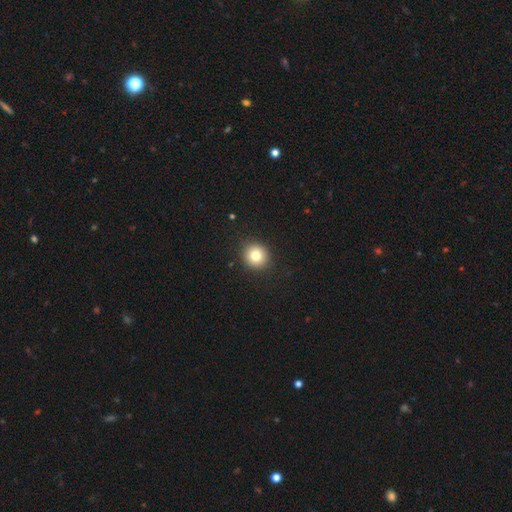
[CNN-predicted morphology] smooth_or_featured: smooth (p=0.80) [alt: star or artifact p=0.11]
how_rounded: round (p=0.91) [alt: in between p=0.08]
merging: none (p=0.91) [alt: minor disturbance p=0.06]